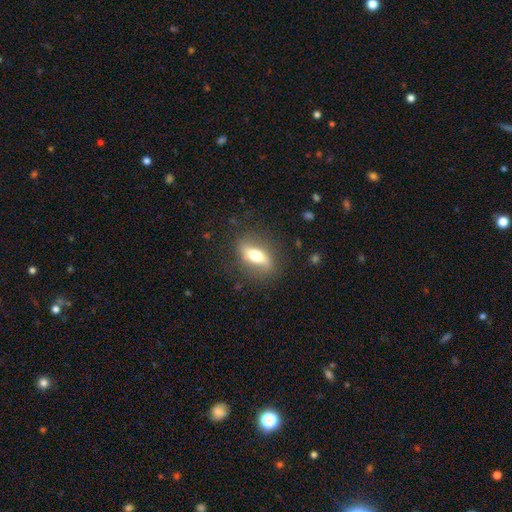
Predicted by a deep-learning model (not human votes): Morphology: type=smooth (51%); roundness=in between (66%); merging=none (82%).